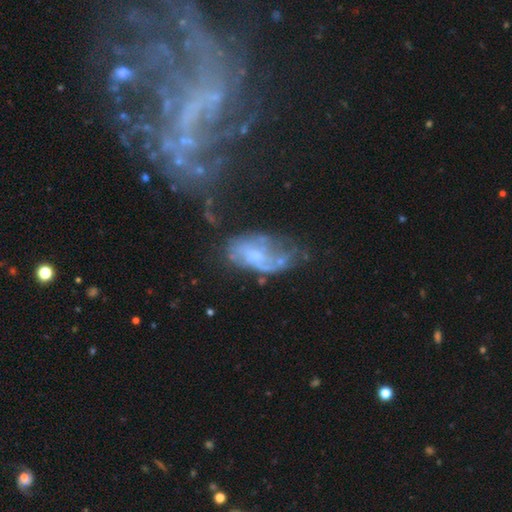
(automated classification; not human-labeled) Smooth or featured?
  - featured or disk: 62% *
  - smooth: 27%
  - star or artifact: 10%
Edge-on disk?
  - no: 95% *
  - yes: 5%
Bar?
  - no: 70% *
  - weak: 25%
  - strong: 4%
Spiral arms?
  - no: 50% * (tied)
  - yes: 50% * (tied)
Bulge size?
  - small: 37% *
  - moderate: 36%
  - none: 21%
  - large: 5%
  - dominant: 1%
Merging?
  - none: 34% *
  - major disturbance: 28%
  - minor disturbance: 26%
  - merger: 13%